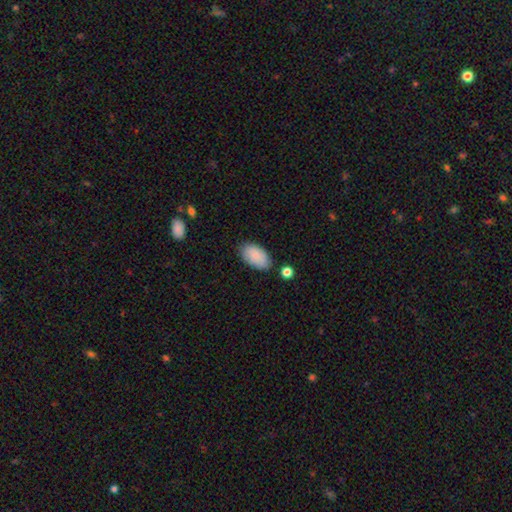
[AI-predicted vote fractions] This appears to be a smooth galaxy with no disk features (87%) that is in between round and cigar-shaped (95%). Merging: none (78%).